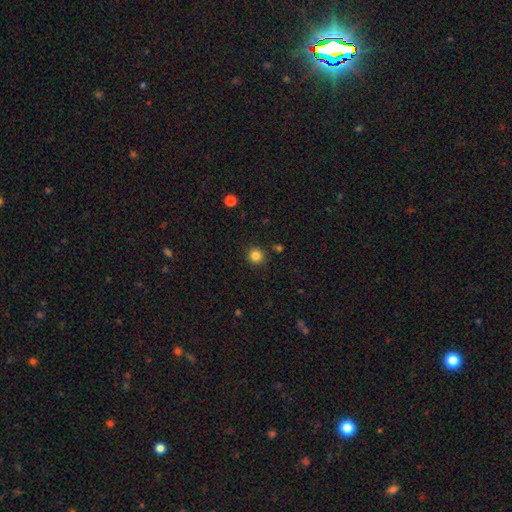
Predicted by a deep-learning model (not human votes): This is clearly a smooth galaxy (83%). How rounded: clearly round (94%). Merging: clearly none (88%).